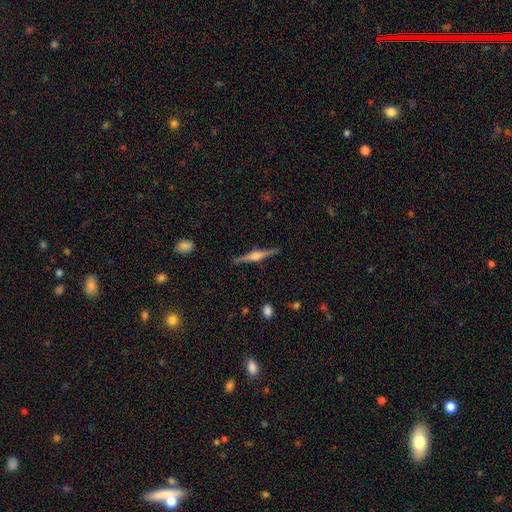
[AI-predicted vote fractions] This appears to be a featured or disk galaxy (78%) viewed edge-on (98%) with a rounded central bulge (87%). Merging: none (89%).